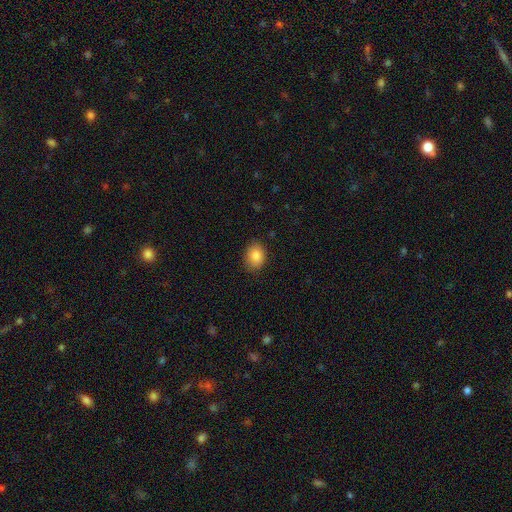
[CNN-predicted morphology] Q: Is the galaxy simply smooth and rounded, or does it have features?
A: smooth — 86%.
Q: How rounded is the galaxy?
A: in between — 67%.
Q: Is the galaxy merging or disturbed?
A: none — 84%.